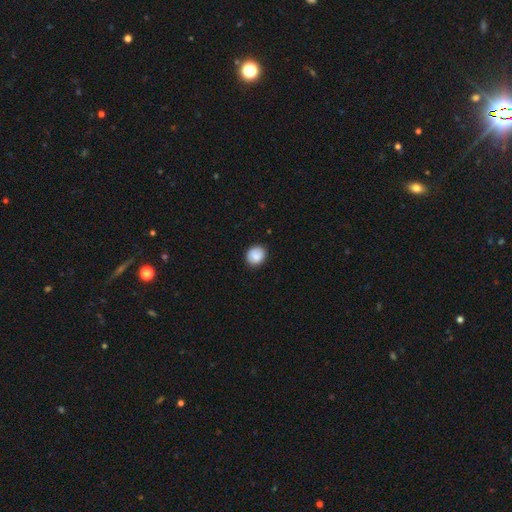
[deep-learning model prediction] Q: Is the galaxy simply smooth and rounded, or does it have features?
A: smooth — 85%.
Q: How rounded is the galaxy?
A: round — 71%.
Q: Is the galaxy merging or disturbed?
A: none — 87%.